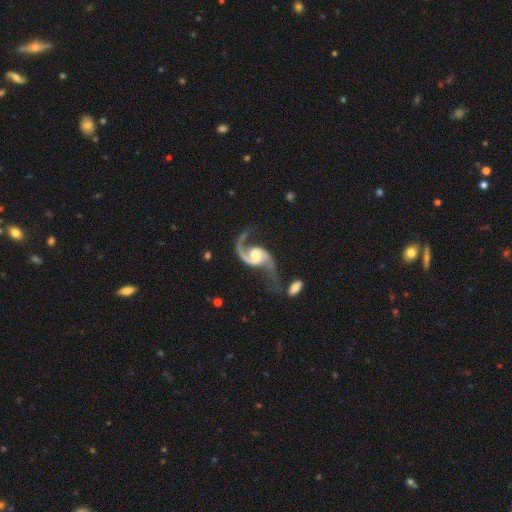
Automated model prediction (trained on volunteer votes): The model was most divided on "bar": no: 50%, weak: 37%, strong: 12%. Remaining: spiral arms — yes (98%); edge-on disk — no (98%); smooth or featured — featured or disk (93%); spiral arm count — 2 (89%); spiral winding — loose (61%); merging — none (53%); bulge size — moderate (50%).